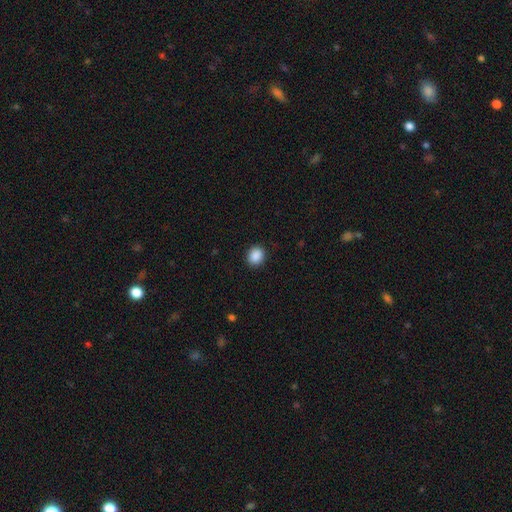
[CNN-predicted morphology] Smooth or featured? Predicted: smooth (p=0.89). How rounded? Predicted: round (p=0.68). Merging? Predicted: none (p=0.90).